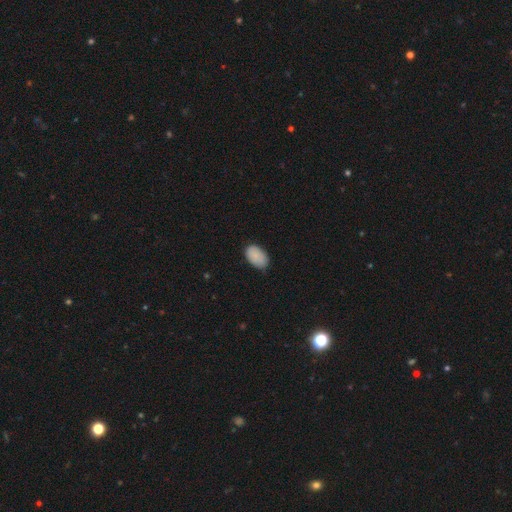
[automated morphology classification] Q: Smooth or featured?
A: smooth (89%); runner-up: star or artifact (7%)
Q: How rounded?
A: in between (93%); runner-up: round (6%)
Q: Merging?
A: none (77%); runner-up: minor disturbance (19%)